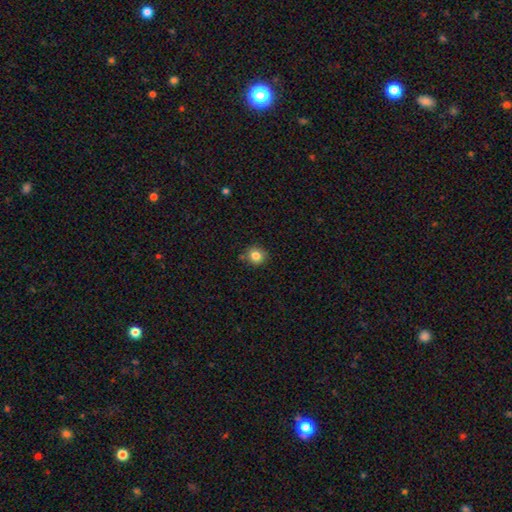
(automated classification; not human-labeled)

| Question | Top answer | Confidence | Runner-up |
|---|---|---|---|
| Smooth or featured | smooth | 83% | star or artifact (11%) |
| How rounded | round | 90% | in between (9%) |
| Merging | none | 84% | minor disturbance (10%) |